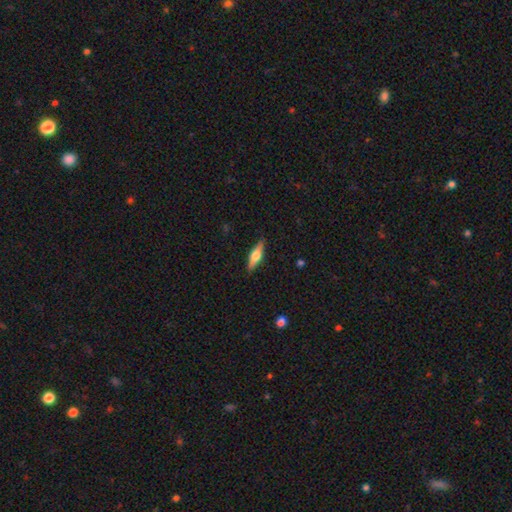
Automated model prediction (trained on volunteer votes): A smooth galaxy with no disk features (48%). Merging: none (88%).